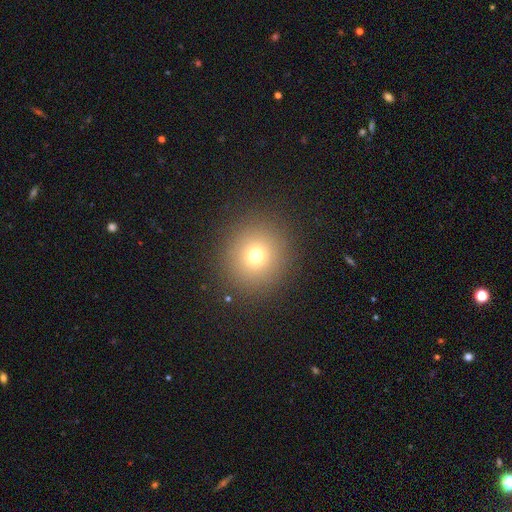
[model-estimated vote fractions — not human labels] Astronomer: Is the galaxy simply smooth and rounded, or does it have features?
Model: smooth — 72%.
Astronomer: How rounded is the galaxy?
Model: round — 92%.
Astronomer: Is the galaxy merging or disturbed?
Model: none — 90%.